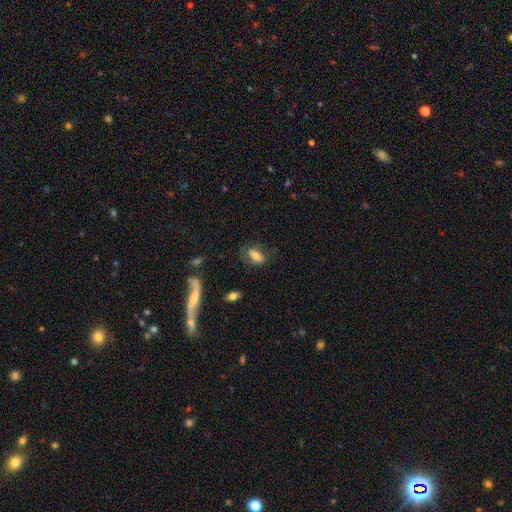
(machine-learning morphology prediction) Q: Smooth or featured?
A: smooth (58%); runner-up: featured or disk (33%)
Q: How rounded?
A: in between (80%); runner-up: cigar-shaped (12%)
Q: Merging?
A: none (57%); runner-up: minor disturbance (23%)